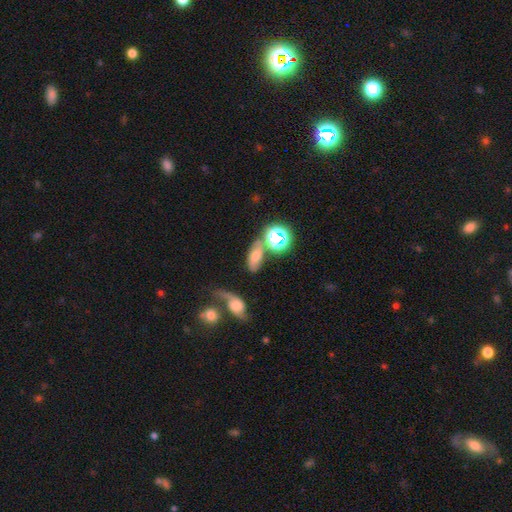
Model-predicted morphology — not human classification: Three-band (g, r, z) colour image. It shows a smooth galaxy with no disk features (58%) that is in between round and cigar-shaped (76%). Merging: none (45%).